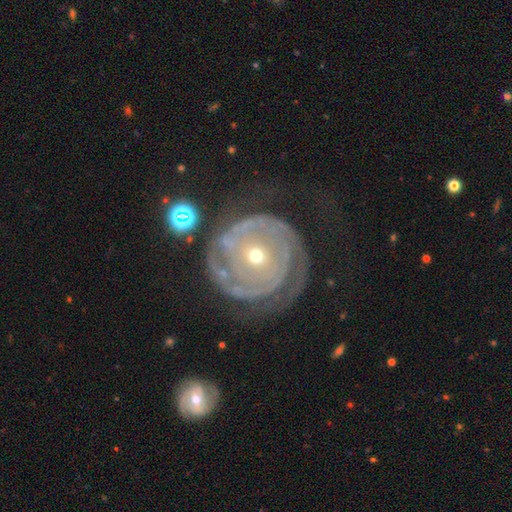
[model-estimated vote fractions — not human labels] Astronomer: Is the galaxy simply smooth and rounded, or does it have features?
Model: featured or disk — 88%.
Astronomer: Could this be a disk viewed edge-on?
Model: no — 97%.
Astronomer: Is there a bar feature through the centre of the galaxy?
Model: no — 77%.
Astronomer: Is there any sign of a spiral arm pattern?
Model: yes — 95%.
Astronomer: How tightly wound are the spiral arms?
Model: tight — 83%.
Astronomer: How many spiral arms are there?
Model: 2 — 34% (runner-up: can't tell, 25%).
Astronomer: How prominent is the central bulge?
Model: small — 61% (runner-up: moderate, 36%).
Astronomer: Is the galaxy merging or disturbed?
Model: none — 66%.